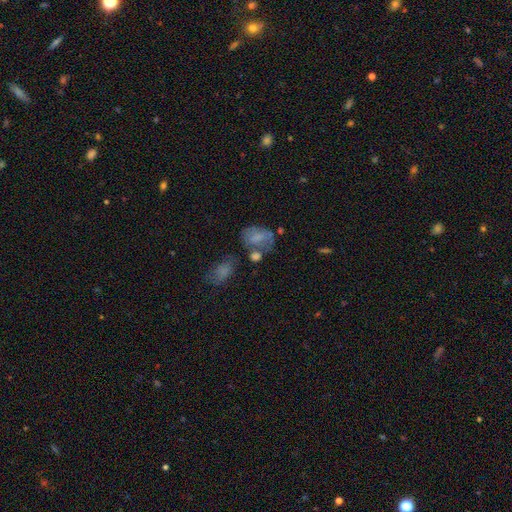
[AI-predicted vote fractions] Morphology: type=smooth (67%); roundness=in between (68%); merging=none (41%).